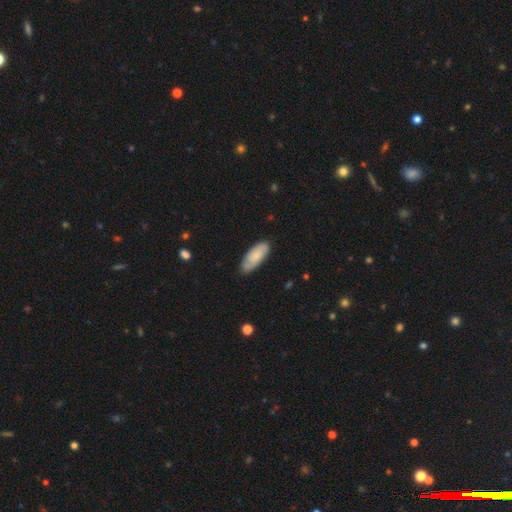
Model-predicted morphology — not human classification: smooth_or_featured: smooth (p=0.74) [alt: featured or disk p=0.20]
how_rounded: in between (p=0.77) [alt: cigar-shaped p=0.21]
merging: none (p=0.77) [alt: minor disturbance p=0.19]